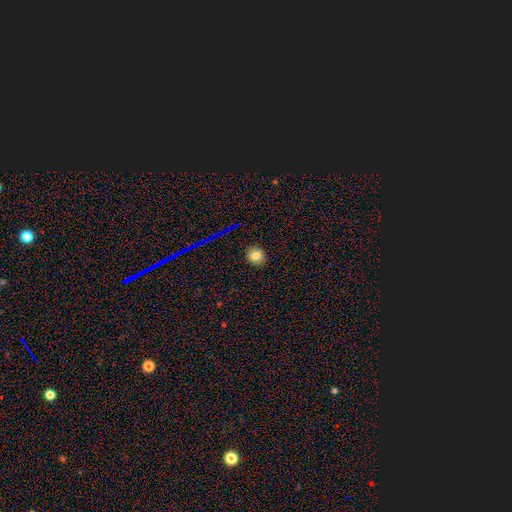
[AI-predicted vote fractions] smooth-or-featured: smooth: 76% | star or artifact: 13% | featured or disk: 10%
  how-rounded: round: 73% | in between: 26% | cigar-shaped: 1%
  merging: none: 89% | minor disturbance: 8% | major disturbance: 2% | merger: 1%